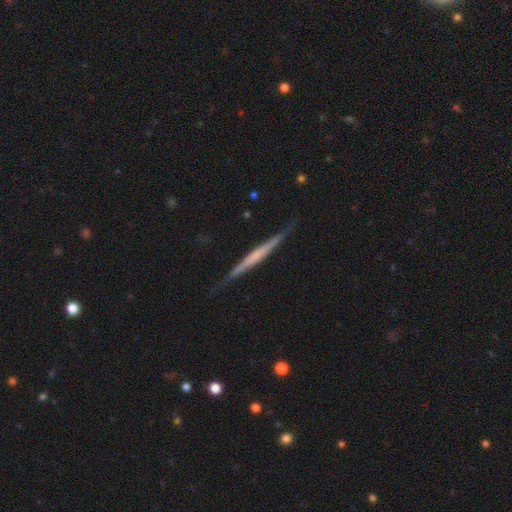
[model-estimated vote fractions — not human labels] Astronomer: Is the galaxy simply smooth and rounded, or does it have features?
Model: featured or disk — 67%.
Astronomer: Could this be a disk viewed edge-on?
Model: yes — 97%.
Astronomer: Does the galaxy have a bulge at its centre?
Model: none — 61%.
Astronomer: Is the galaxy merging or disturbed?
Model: none — 84%.